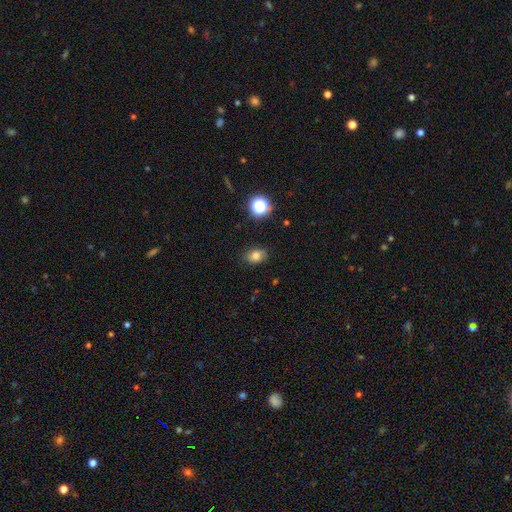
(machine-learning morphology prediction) A smooth galaxy with no disk features (79%) that is in between round and cigar-shaped (68%).

Vote fractions:
- Smooth or featured? smooth: 79% / star or artifact: 14% / featured or disk: 8%
- How rounded? in between: 68% / round: 31% / cigar-shaped: 1%
- Merging? none: 81% / minor disturbance: 14% / major disturbance: 3% / merger: 1%